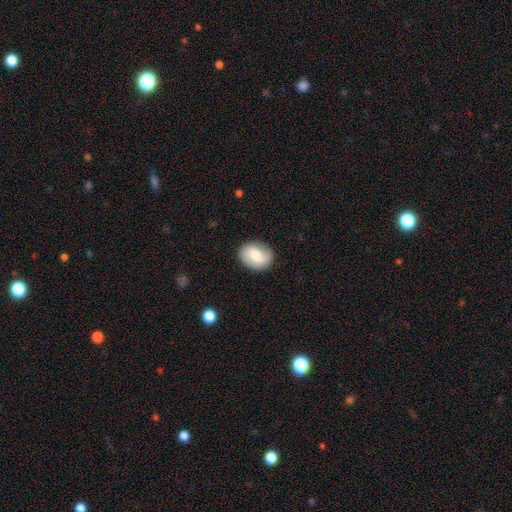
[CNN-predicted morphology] smooth-or-featured: smooth: 51% | featured or disk: 42% | star or artifact: 7%
  how-rounded: in between: 55% | round: 44% | cigar-shaped: 1%
  merging: none: 83% | minor disturbance: 12% | major disturbance: 3% | merger: 1%